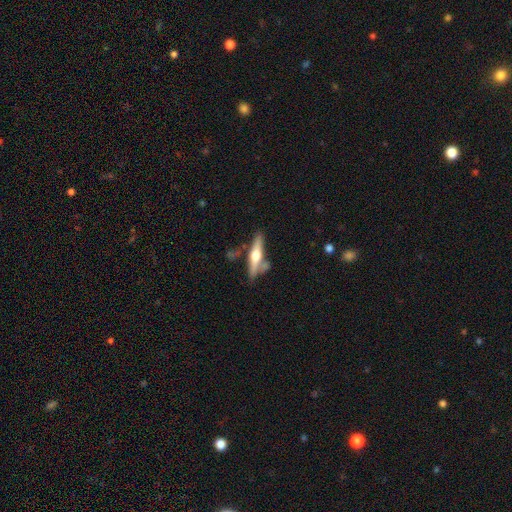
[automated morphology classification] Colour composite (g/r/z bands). It shows a featured or disk galaxy (63%) viewed edge-on (94%) with a rounded central bulge (93%). Merging: none (64%).